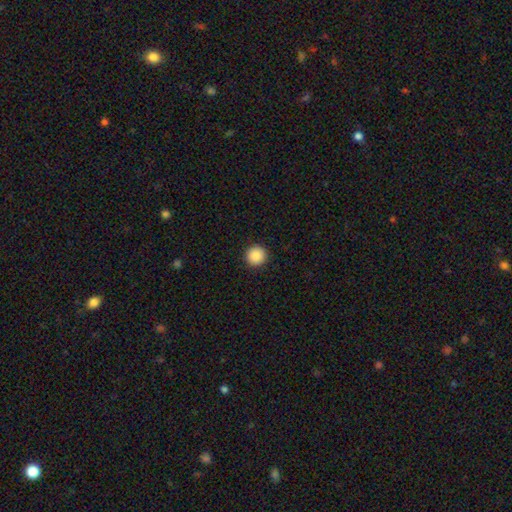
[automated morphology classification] smooth_or_featured: smooth (p=0.88) [alt: star or artifact p=0.09]
how_rounded: round (p=0.96) [alt: in between p=0.03]
merging: none (p=0.93) [alt: minor disturbance p=0.04]